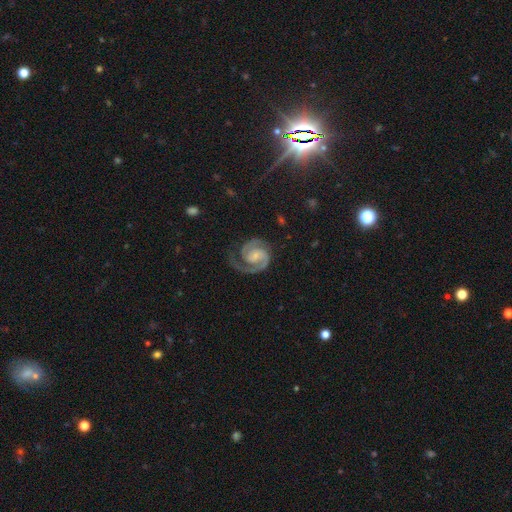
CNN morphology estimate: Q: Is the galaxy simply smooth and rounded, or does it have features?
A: featured or disk — 90%.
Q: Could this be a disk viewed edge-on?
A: no — 98%.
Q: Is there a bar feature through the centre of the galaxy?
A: no — 59%.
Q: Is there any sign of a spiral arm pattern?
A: yes — 98%.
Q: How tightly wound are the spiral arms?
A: tight — 51%.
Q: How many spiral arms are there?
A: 2 — 79%.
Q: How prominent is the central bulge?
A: small — 58%.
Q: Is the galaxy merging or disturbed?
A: none — 69%.